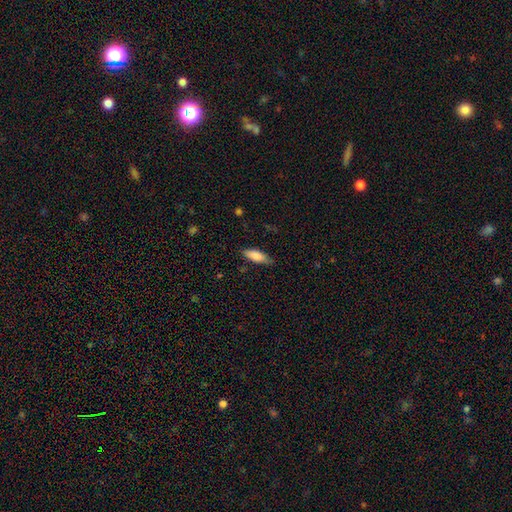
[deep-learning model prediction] smooth 82%, featured or disk 12%, star or artifact 6%. Down the decision tree: how rounded — in between (63%); merging — none (78%).